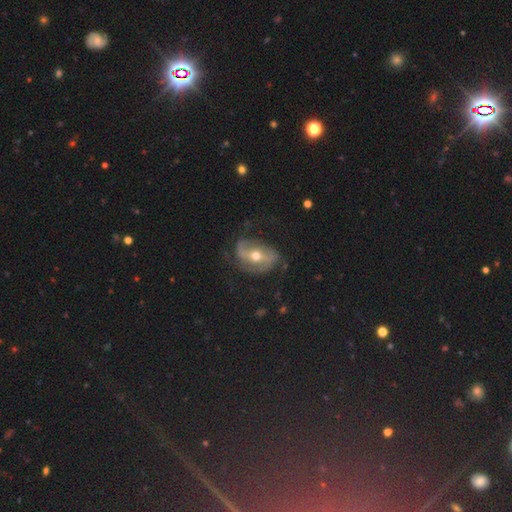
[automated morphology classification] Smooth or featured: featured or disk — 81% (smooth — 12%)
Edge-on disk: no — 95% (yes — 5%)
Bar: strong — 42% (weak — 33%)
Spiral arms: yes — 89% (no — 11%)
Spiral winding: loose — 43% (medium — 37%)
Spiral arm count: 2 — 77% (can't tell — 9%)
Bulge size: moderate — 66% (small — 30%)
Merging: none — 64% (minor disturbance — 21%)